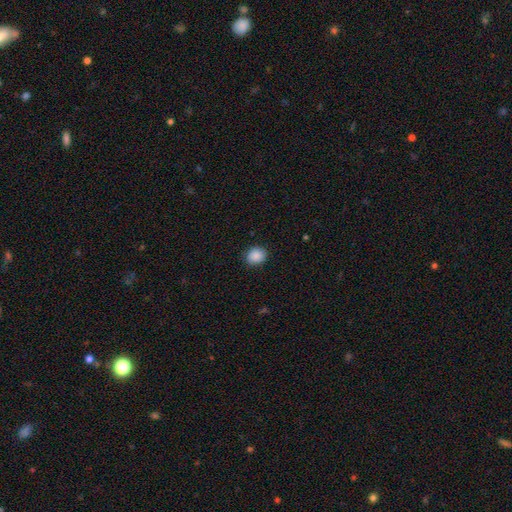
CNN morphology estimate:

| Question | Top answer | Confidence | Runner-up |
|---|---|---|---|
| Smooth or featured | smooth | 88% | star or artifact (8%) |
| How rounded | round | 62% | in between (37%) |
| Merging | none | 87% | minor disturbance (10%) |